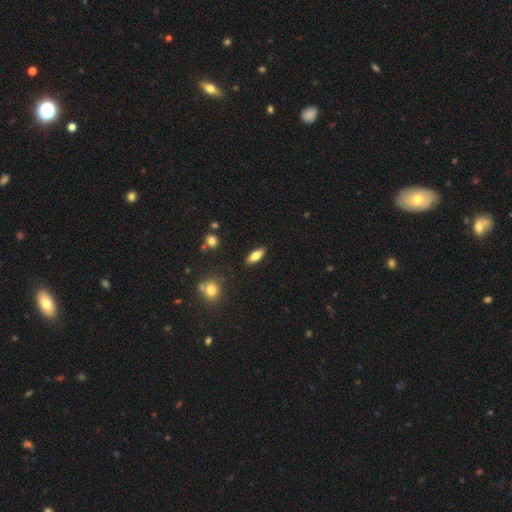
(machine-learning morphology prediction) smooth 73%, featured or disk 20%, star or artifact 8%. Down the decision tree: how rounded — in between (73%); merging — none (88%).